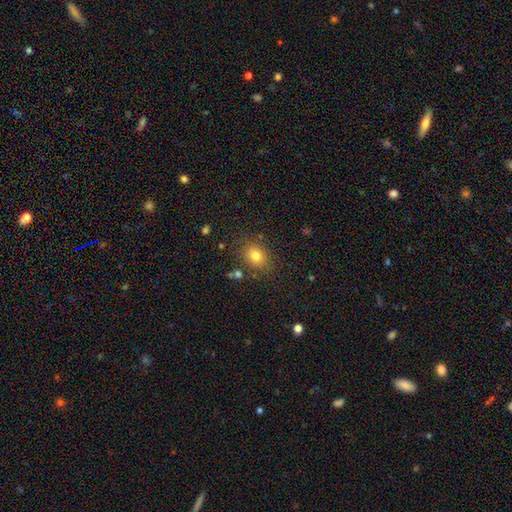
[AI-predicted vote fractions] This is likely a smooth galaxy (78%). How rounded: possibly round (52%). Merging: clearly none (82%).